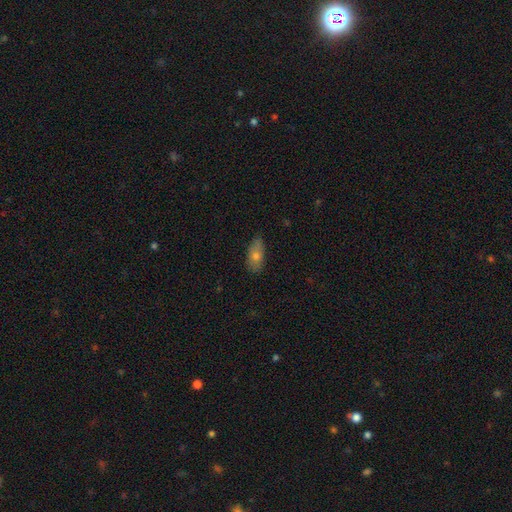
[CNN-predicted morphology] smooth-or-featured: smooth: 67% | featured or disk: 24% | star or artifact: 9%
  how-rounded: in between: 84% | cigar-shaped: 11% | round: 5%
  merging: none: 76% | minor disturbance: 20% | major disturbance: 3% | merger: 1%